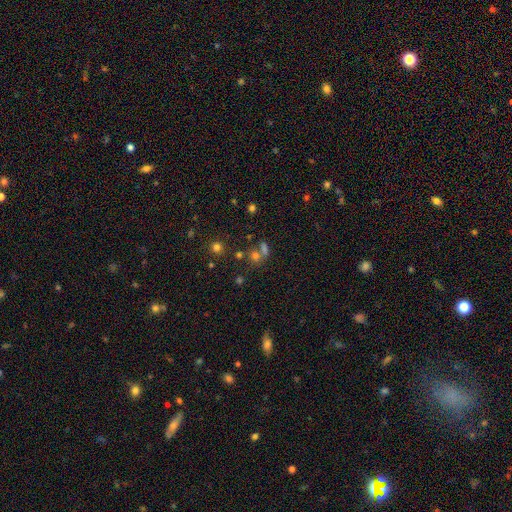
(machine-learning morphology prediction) Overall: smooth (55%; star or artifact 31%). How rounded: round (71%). Merging: none (51%; merger 33%).